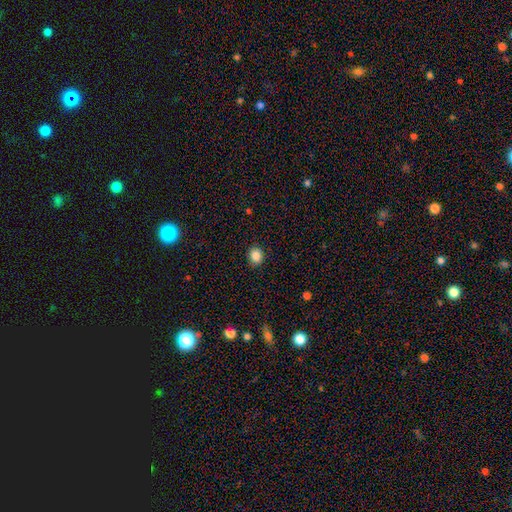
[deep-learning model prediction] Q: Smooth or featured?
A: smooth (86%); runner-up: star or artifact (10%)
Q: How rounded?
A: round (65%); runner-up: in between (34%)
Q: Merging?
A: none (89%); runner-up: minor disturbance (7%)